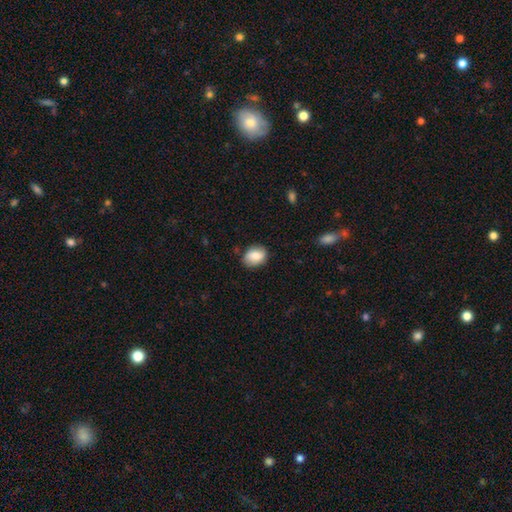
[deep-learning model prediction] This appears to be a smooth galaxy with no disk features (77%) that is in between round and cigar-shaped (62%). Merging: none (81%).